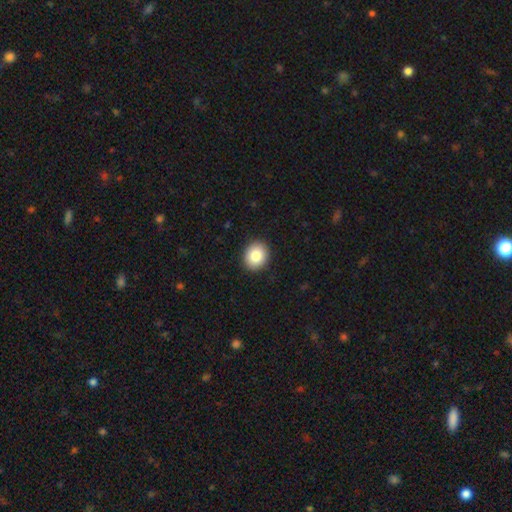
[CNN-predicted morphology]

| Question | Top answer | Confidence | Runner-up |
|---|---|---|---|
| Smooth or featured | smooth | 86% | star or artifact (8%) |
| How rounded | round | 66% | in between (34%) |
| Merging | none | 91% | minor disturbance (6%) |